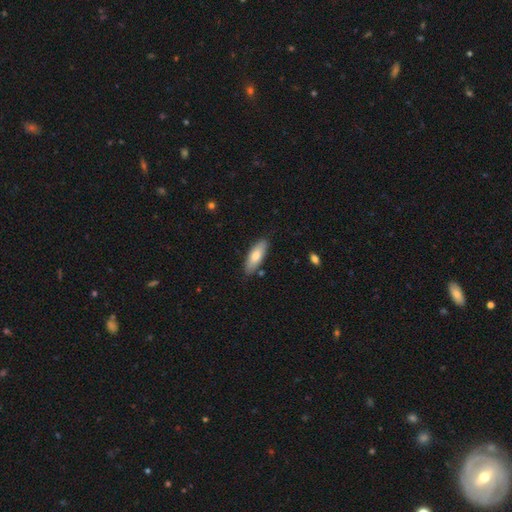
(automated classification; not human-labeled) This appears to be a smooth galaxy with no disk features (73%) that is in between round and cigar-shaped (67%). Merging: none (83%).